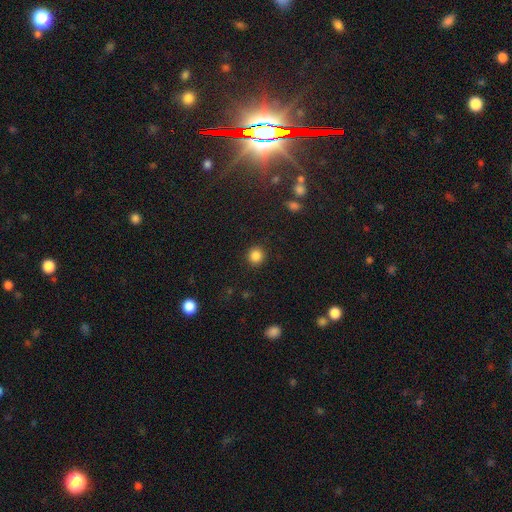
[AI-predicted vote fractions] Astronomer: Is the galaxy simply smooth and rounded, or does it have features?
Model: smooth — 85%.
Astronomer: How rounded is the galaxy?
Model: round — 93%.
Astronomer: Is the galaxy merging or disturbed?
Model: none — 91%.